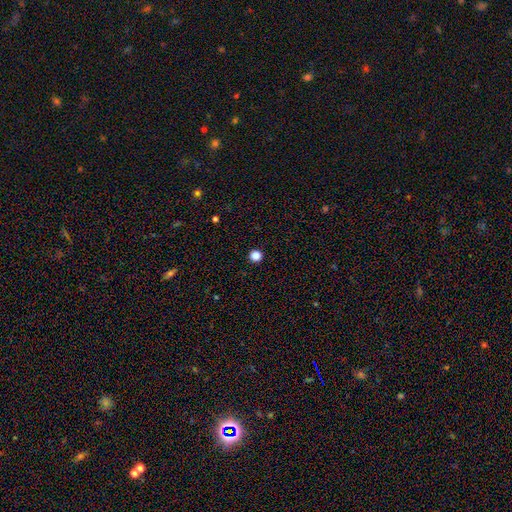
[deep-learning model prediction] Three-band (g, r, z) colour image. It shows a smooth galaxy with no disk features (85%) that is round (94%). Merging: none (94%).